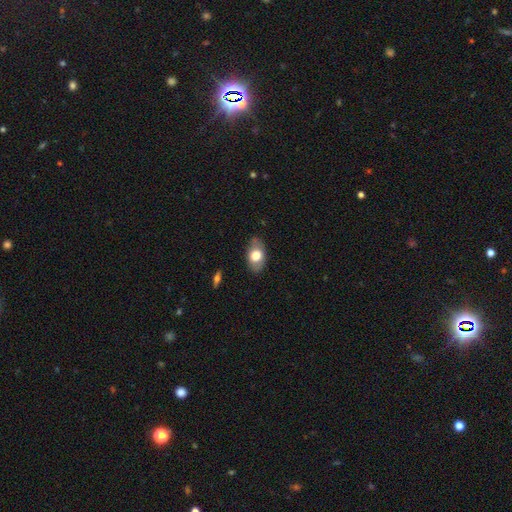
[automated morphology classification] smooth_or_featured: smooth (p=0.68) [alt: featured or disk p=0.26]
how_rounded: in between (p=0.89) [alt: round p=0.09]
merging: none (p=0.80) [alt: minor disturbance p=0.16]